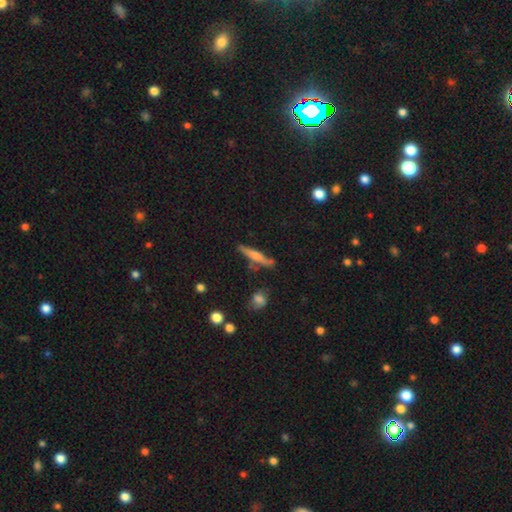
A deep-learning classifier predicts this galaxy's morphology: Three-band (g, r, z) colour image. It shows a featured or disk galaxy (53%) viewed edge-on (94%). Merging: none (77%).